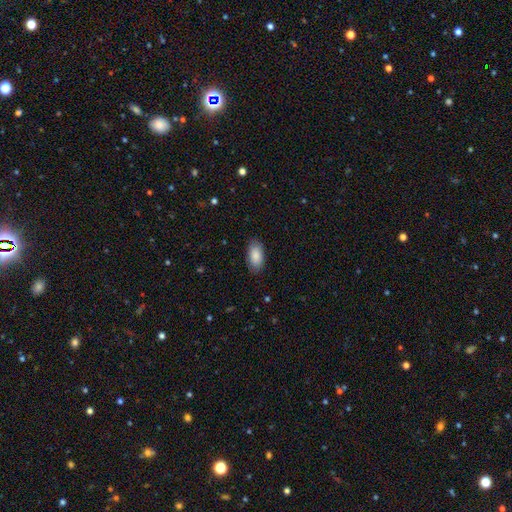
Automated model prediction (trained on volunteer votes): Smooth or featured: smooth — 87% (featured or disk — 7%)
How rounded: in between — 94% (cigar-shaped — 4%)
Merging: none — 85% (minor disturbance — 11%)